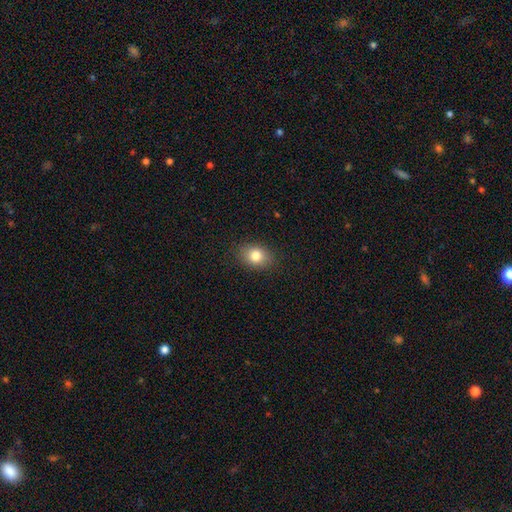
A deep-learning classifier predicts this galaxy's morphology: The model was most divided on "how rounded": in between: 65%, round: 34%, cigar-shaped: 1%. More confident: merging — none (87%); smooth or featured — smooth (81%).